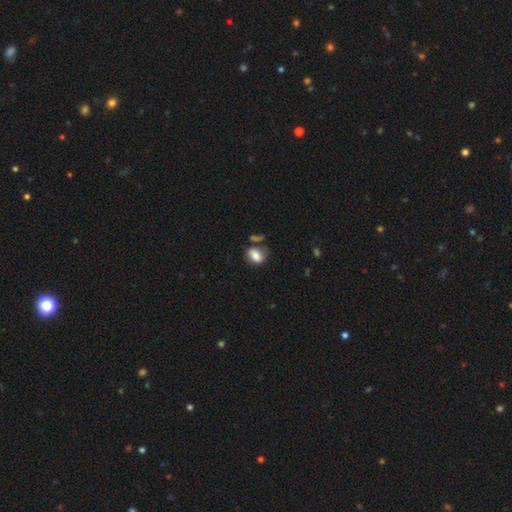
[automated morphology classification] smooth 79%, featured or disk 12%, star or artifact 9%. Down the decision tree: how rounded — in between (69%); merging — none (54%).